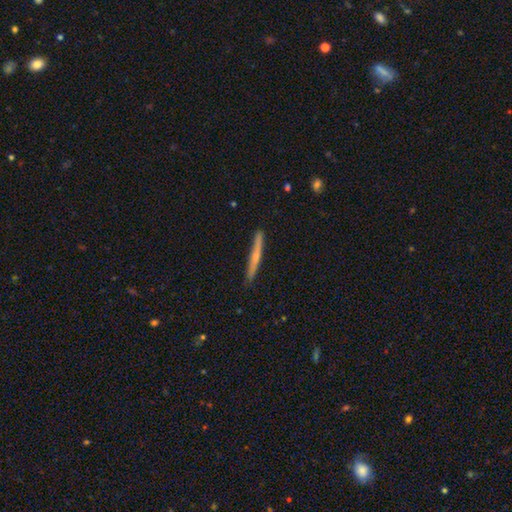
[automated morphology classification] Smooth or featured?
  - featured or disk: 49% *
  - smooth: 45%
  - star or artifact: 6%
Merging?
  - none: 90% *
  - minor disturbance: 8%
  - major disturbance: 1%
  - merger: 1%